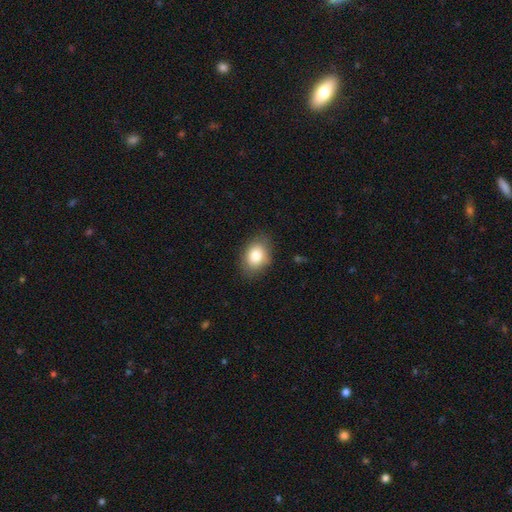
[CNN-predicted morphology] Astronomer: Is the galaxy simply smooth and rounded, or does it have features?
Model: smooth — 82%.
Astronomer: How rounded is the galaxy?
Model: in between — 70%.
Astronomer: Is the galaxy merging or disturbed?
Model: none — 80%.